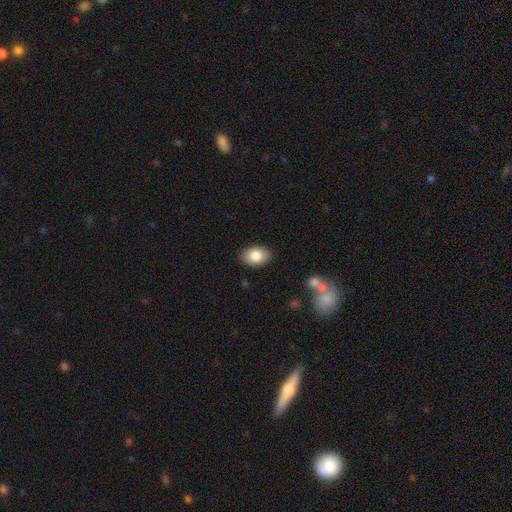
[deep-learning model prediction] This appears to be a smooth galaxy with no disk features (83%) that is in between round and cigar-shaped (86%). Merging: none (87%).